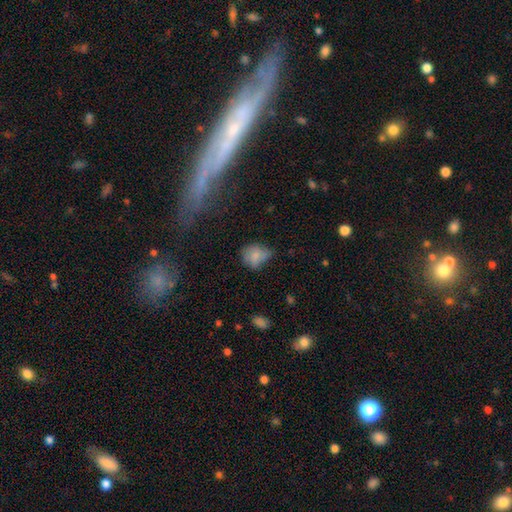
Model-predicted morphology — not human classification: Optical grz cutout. It shows a smooth galaxy with no disk features (72%) that is round (52%). Merging: none (43%).